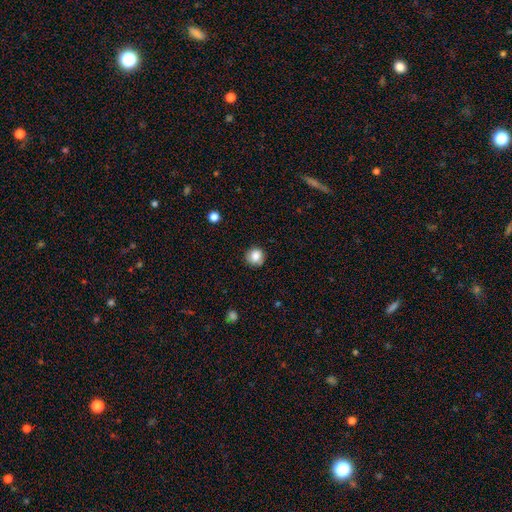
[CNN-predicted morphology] A smooth galaxy with no disk features (85%) that is round (90%).

Vote fractions:
- Smooth or featured? smooth: 85% / star or artifact: 10% / featured or disk: 5%
- How rounded? round: 90% / in between: 9% / cigar-shaped: 1%
- Merging? none: 84% / minor disturbance: 12% / major disturbance: 3% / merger: 1%